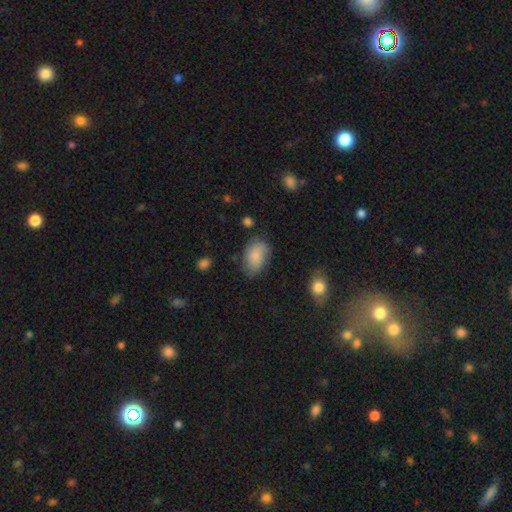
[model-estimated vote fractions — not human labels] This appears to be a smooth galaxy with no disk features (78%) that is in between round and cigar-shaped (89%). Merging: none (66%).